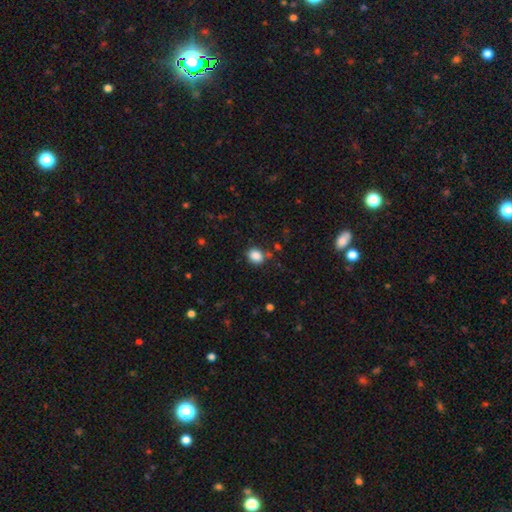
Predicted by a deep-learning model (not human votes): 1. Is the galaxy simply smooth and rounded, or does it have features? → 86% smooth, 10% star or artifact, 4% featured or disk.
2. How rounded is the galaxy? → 55% round, 44% in between, 1% cigar-shaped.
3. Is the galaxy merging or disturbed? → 78% none, 13% minor disturbance, 5% merger, 4% major disturbance.